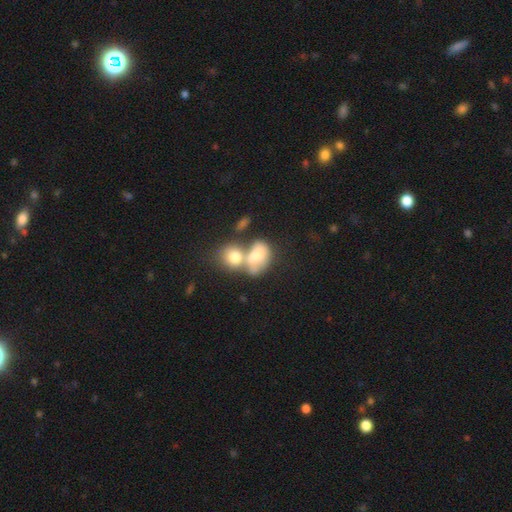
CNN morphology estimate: Smooth or featured: smooth — 67% (featured or disk — 23%)
How rounded: in between — 68% (round — 30%)
Merging: merger — 66% (none — 18%)